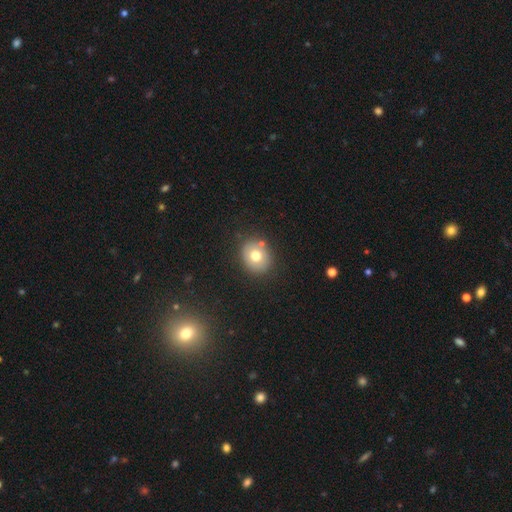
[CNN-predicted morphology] Smooth or featured?
  - smooth: 71% *
  - featured or disk: 17%
  - star or artifact: 12%
How rounded?
  - round: 74% *
  - in between: 25%
  - cigar-shaped: 1%
Merging?
  - none: 81% *
  - minor disturbance: 10%
  - merger: 6%
  - major disturbance: 3%